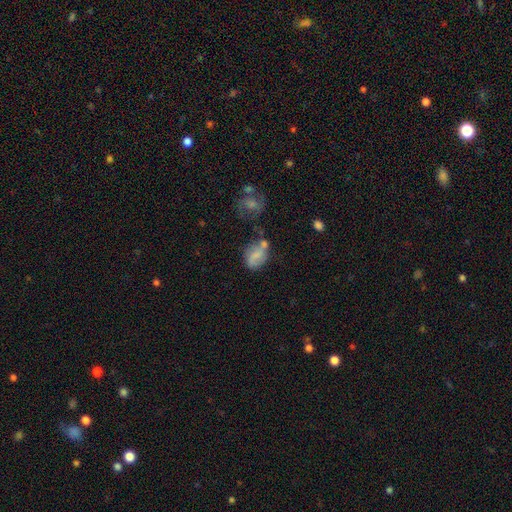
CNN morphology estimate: smooth_or_featured: smooth (p=0.58) [alt: featured or disk p=0.32]
how_rounded: in between (p=0.73) [alt: round p=0.24]
merging: none (p=0.44) [alt: minor disturbance p=0.24]